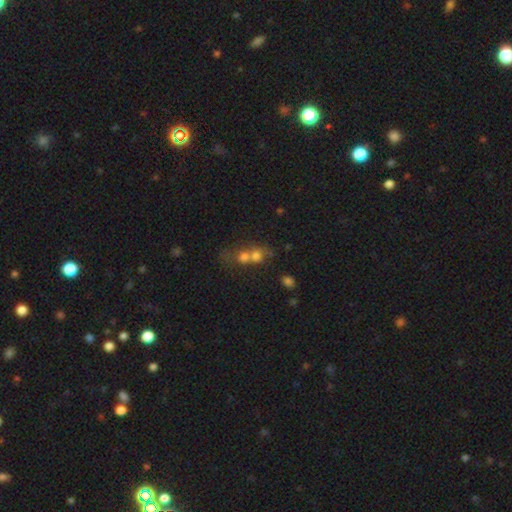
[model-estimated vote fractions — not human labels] smooth 67%, featured or disk 18%, star or artifact 15%. Down the decision tree: how rounded — round (76%); merging — merger (68%).